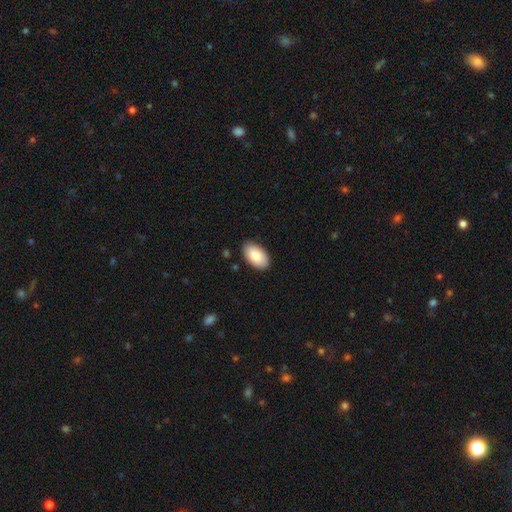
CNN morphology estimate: Q: Smooth or featured?
A: smooth (83%); runner-up: featured or disk (11%)
Q: How rounded?
A: in between (95%); runner-up: round (4%)
Q: Merging?
A: none (87%); runner-up: minor disturbance (10%)